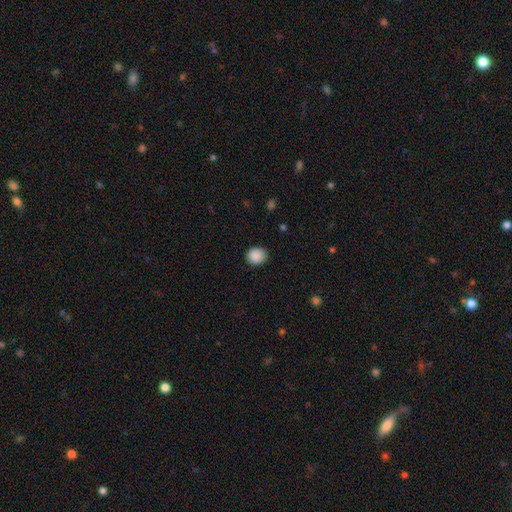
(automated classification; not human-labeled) smooth_or_featured: smooth (p=0.89) [alt: star or artifact p=0.08]
how_rounded: round (p=0.81) [alt: in between p=0.18]
merging: none (p=0.89) [alt: minor disturbance p=0.08]